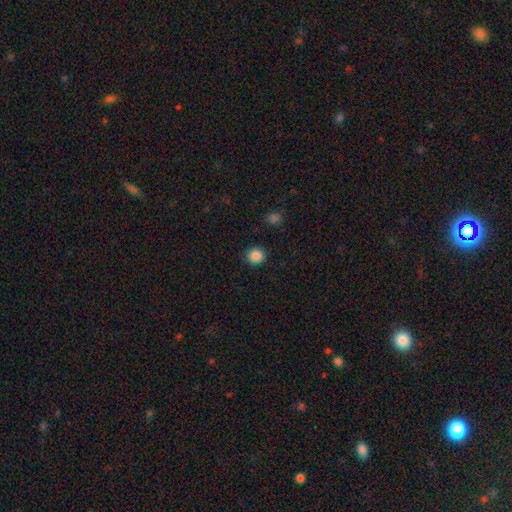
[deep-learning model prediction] Q: Smooth or featured?
A: smooth (87%); runner-up: star or artifact (10%)
Q: How rounded?
A: round (89%); runner-up: in between (10%)
Q: Merging?
A: none (90%); runner-up: minor disturbance (7%)